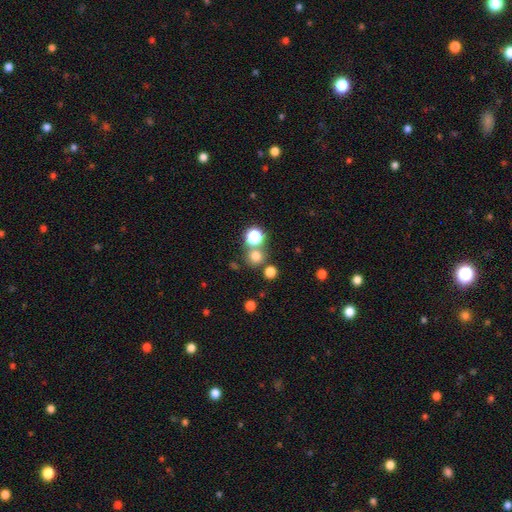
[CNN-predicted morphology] This appears to be a smooth galaxy with no disk features (71%) that is round (91%). Merging: none (71%).